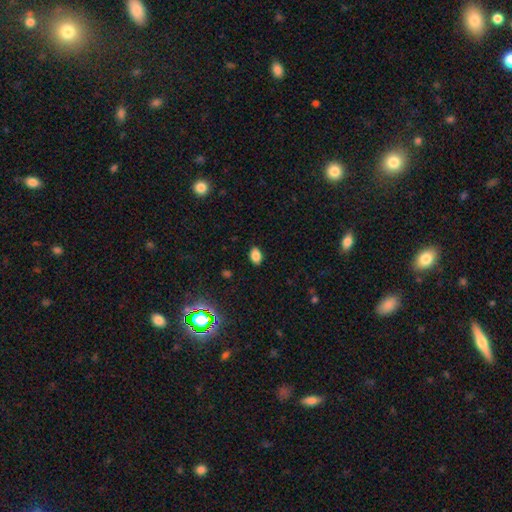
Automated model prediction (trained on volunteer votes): Smooth or featured? smooth (83%)
How rounded? in between (86%)
Merging? none (88%)